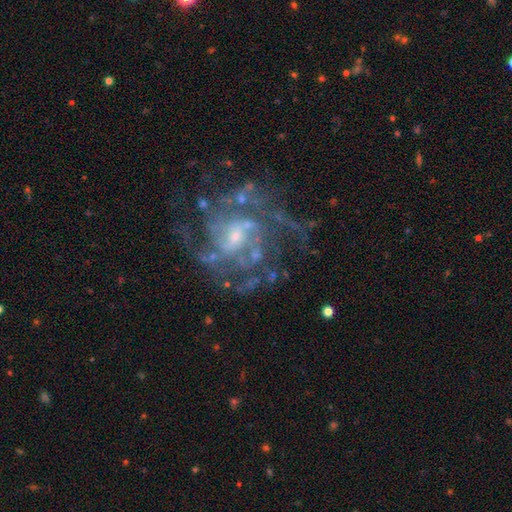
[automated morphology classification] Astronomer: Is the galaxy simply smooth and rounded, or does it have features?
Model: featured or disk — 86%.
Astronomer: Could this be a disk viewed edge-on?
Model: no — 98%.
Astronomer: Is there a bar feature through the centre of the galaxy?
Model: no — 49% (runner-up: weak, 41%).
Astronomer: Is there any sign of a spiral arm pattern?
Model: yes — 92%.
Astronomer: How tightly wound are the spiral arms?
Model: medium — 45% (runner-up: tight, 38%).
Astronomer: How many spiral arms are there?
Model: can't tell — 30% (runner-up: 3, 20%).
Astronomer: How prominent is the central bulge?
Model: small — 63%.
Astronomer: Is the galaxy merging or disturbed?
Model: none — 61%.